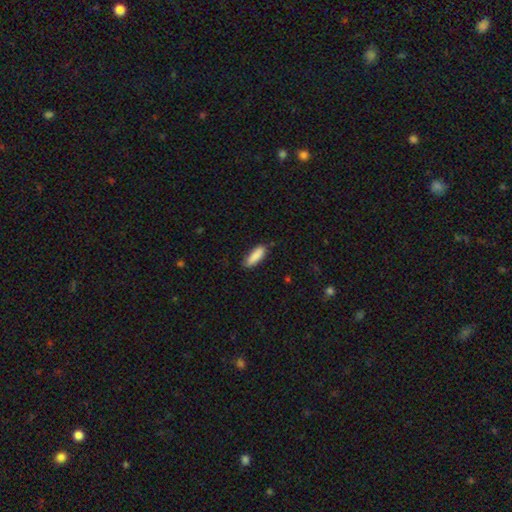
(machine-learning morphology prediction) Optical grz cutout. It shows a smooth galaxy with no disk features (88%) that is in between round and cigar-shaped (51%). Merging: none (80%).